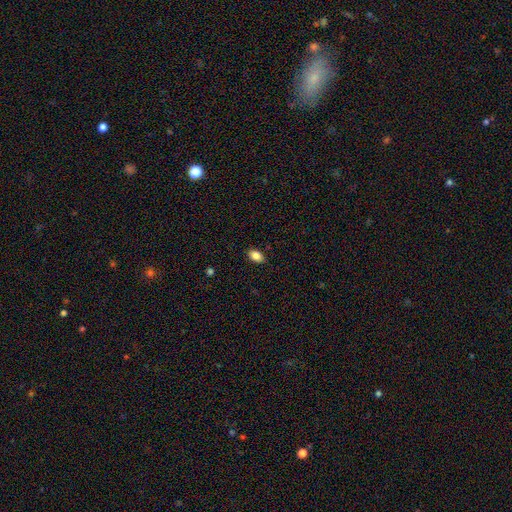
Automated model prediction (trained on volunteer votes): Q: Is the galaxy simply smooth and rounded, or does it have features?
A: smooth — 85%.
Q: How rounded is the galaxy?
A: in between — 87%.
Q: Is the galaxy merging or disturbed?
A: none — 88%.